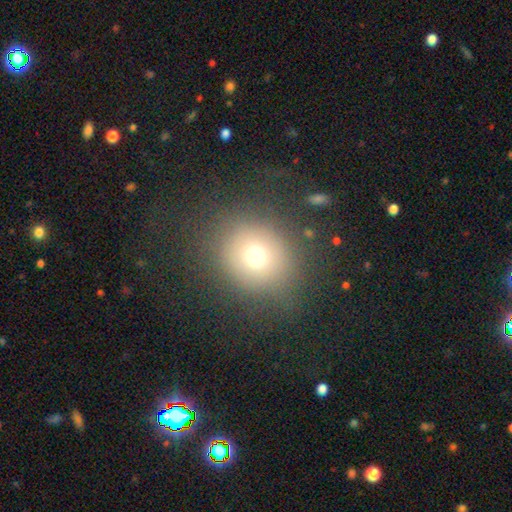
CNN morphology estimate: Overall: smooth (69%). How rounded: round (82%). Merging: none (79%).